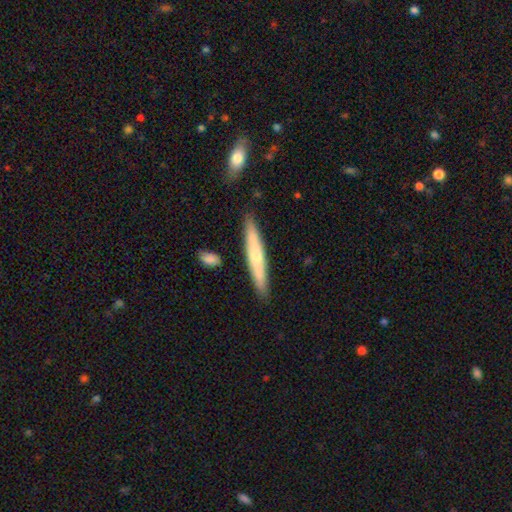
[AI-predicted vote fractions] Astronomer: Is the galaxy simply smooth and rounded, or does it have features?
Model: smooth — 55% (runner-up: featured or disk, 40%).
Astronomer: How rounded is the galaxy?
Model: cigar-shaped — 93%.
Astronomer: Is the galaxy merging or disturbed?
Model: none — 86%.